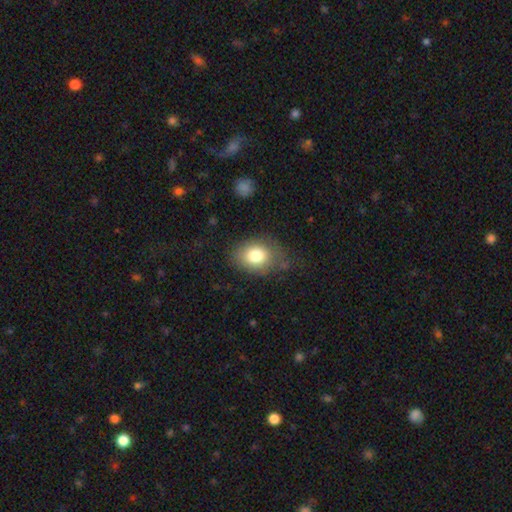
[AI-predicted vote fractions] Smooth or featured: smooth — 80% (featured or disk — 11%)
How rounded: in between — 63% (round — 36%)
Merging: none — 65% (minor disturbance — 23%)